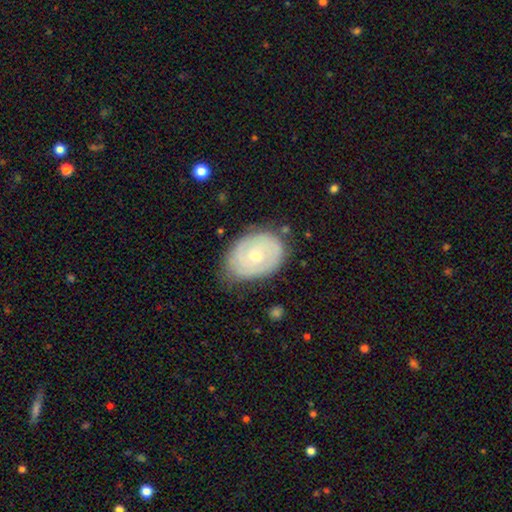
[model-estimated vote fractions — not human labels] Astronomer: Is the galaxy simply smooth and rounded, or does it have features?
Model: featured or disk — 61%.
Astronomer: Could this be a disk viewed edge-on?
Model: no — 95%.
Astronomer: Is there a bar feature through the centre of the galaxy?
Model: no — 83%.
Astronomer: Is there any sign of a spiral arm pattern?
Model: yes — 58% (runner-up: no, 42%).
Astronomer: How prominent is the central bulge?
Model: moderate — 51% (runner-up: small, 46%).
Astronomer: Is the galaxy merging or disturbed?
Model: none — 66%.